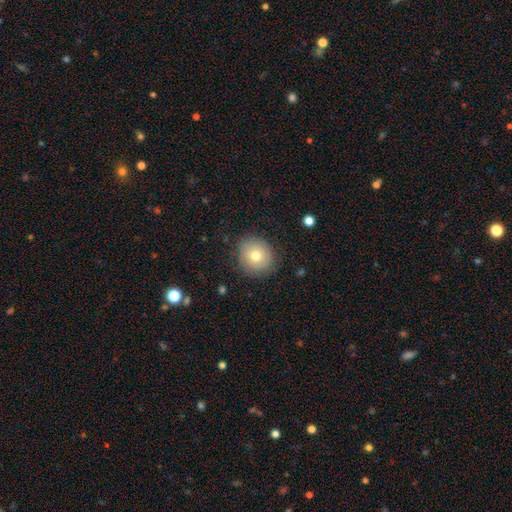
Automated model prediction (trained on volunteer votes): Smooth or featured: smooth — 72% (featured or disk — 18%)
How rounded: round — 84% (in between — 15%)
Merging: none — 83% (minor disturbance — 12%)